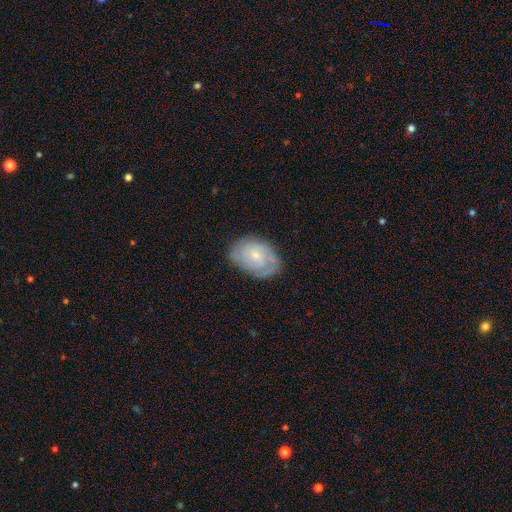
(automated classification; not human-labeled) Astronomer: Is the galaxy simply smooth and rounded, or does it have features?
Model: featured or disk — 62%.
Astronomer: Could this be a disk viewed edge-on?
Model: no — 96%.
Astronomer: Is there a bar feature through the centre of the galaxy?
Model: no — 75%.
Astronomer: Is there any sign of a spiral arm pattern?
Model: yes — 84%.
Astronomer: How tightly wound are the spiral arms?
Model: tight — 63%.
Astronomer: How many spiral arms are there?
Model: can't tell — 46% (runner-up: 2, 27%).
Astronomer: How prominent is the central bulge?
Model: small — 71%.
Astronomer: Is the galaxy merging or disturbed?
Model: none — 73%.